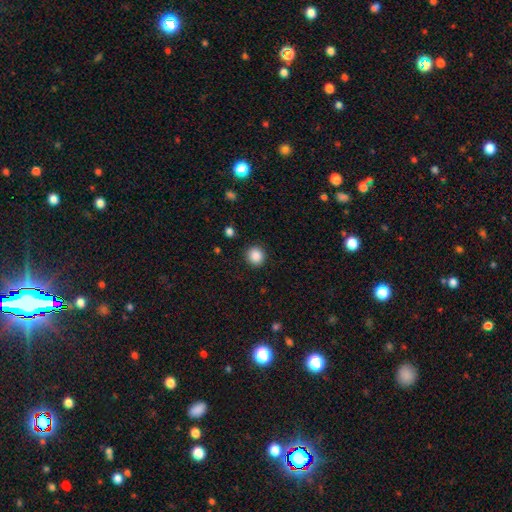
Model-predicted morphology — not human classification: A smooth galaxy with no disk features (87%) that is round (89%). Merging: none (90%).